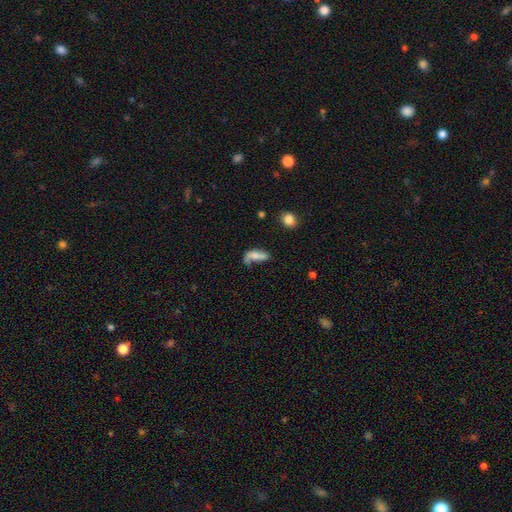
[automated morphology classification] type=smooth (58%); roundness=in between (71%); merging=none (33%).